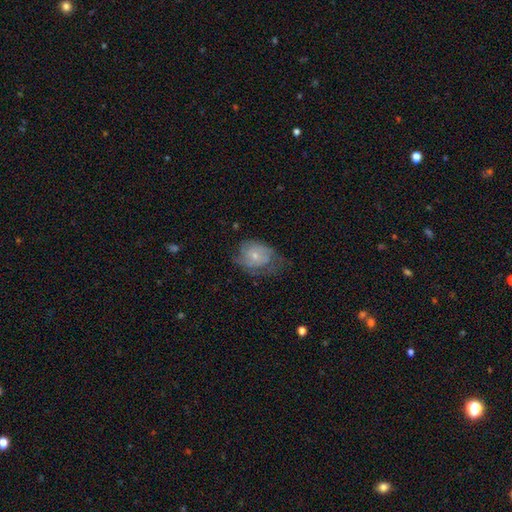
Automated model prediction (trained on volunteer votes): smooth-or-featured: featured or disk: 51% | smooth: 41% | star or artifact: 8%
  disk-edge-on: no: 97% | yes: 3%
  merging: none: 42% | minor disturbance: 30% | major disturbance: 26% | merger: 2%